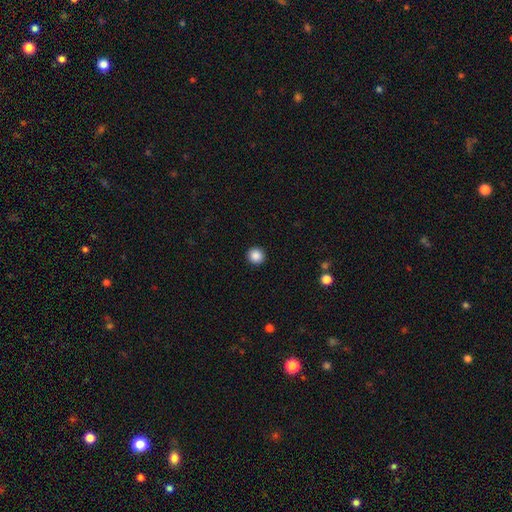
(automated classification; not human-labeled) smooth-or-featured: smooth: 87% | star or artifact: 10% | featured or disk: 3%
  how-rounded: round: 94% | in between: 5% | cigar-shaped: 1%
  merging: none: 93% | minor disturbance: 4% | major disturbance: 2% | merger: 1%